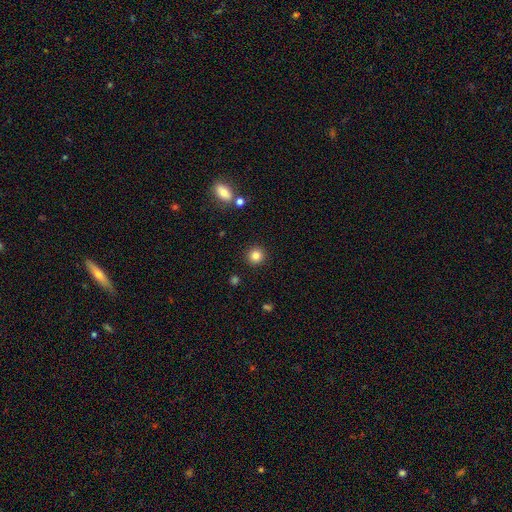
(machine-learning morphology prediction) smooth 83%, star or artifact 11%, featured or disk 5%. Down the decision tree: how rounded — round (94%); merging — none (91%).